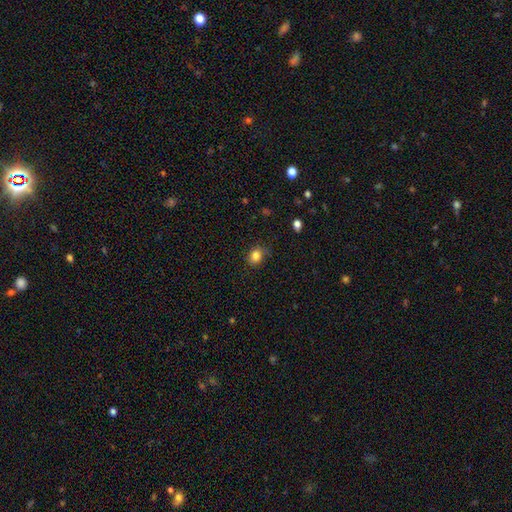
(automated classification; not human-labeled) smooth 83%, star or artifact 11%, featured or disk 6%. Down the decision tree: how rounded — round (54%); merging — none (77%).